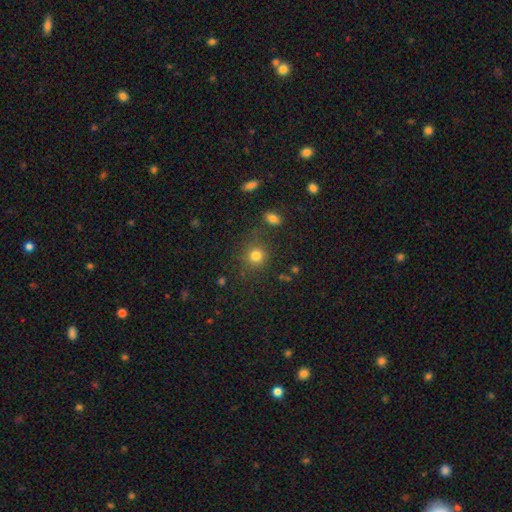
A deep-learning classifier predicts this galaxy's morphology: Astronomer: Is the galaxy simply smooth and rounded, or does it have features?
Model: smooth — 80%.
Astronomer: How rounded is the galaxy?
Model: round — 88%.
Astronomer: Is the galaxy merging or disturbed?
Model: none — 81%.